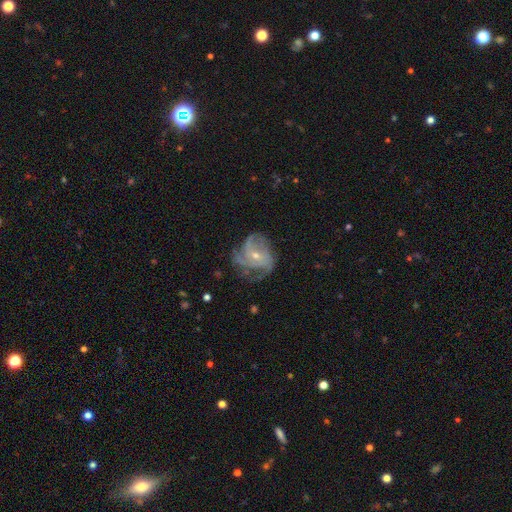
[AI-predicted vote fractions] A featured or disk galaxy (81%) with no bar (68%), 3 (35%) tight (43%) spiral arms (94%) and a small central bulge (64%).

Vote fractions:
- Smooth or featured? featured or disk: 81% / smooth: 10% / star or artifact: 9%
- Edge-on disk? no: 98% / yes: 2%
- Bar? no: 68% / weak: 26% / strong: 6%
- Spiral arms? yes: 94% / no: 6%
- Spiral winding? tight: 43% / medium: 42% / loose: 15%
- Spiral arm count? 3: 35% / 4: 23% / can't tell: 20% / 2: 11% / more than 4: 6% / 1: 5%
- Bulge size? small: 64% / moderate: 32% / none: 1% / large: 1% / dominant: 1%
- Merging? none: 62% / minor disturbance: 22% / major disturbance: 14% / merger: 1%